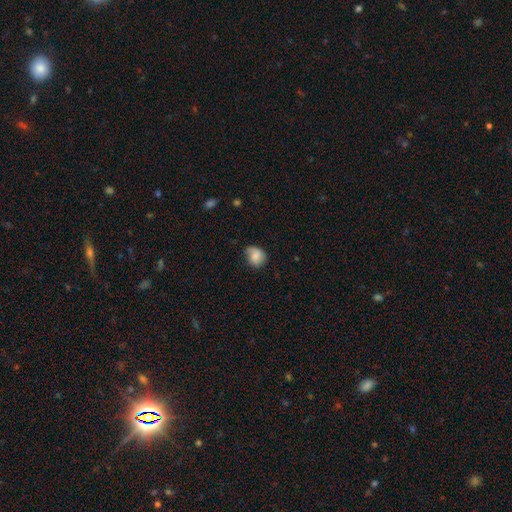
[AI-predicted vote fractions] Q: Smooth or featured?
A: smooth (73%); runner-up: featured or disk (19%)
Q: How rounded?
A: round (64%); runner-up: in between (35%)
Q: Merging?
A: none (53%); runner-up: minor disturbance (33%)